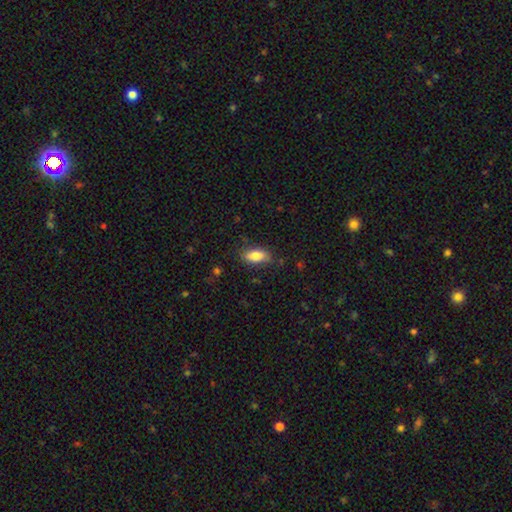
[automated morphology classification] Smooth or featured?
  - smooth: 80% *
  - featured or disk: 13%
  - star or artifact: 7%
How rounded?
  - in between: 86% *
  - cigar-shaped: 10%
  - round: 4%
Merging?
  - none: 79% *
  - minor disturbance: 16%
  - major disturbance: 4%
  - merger: 1%